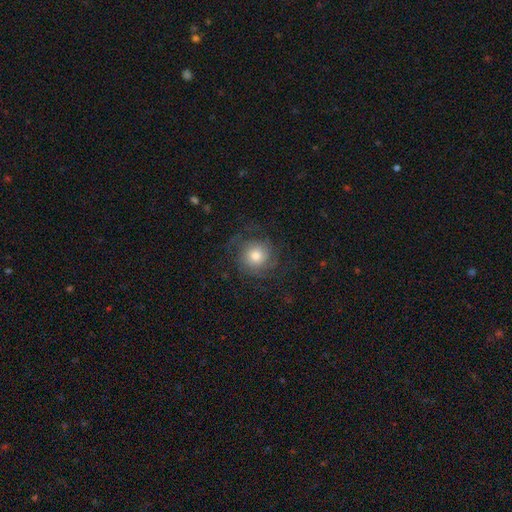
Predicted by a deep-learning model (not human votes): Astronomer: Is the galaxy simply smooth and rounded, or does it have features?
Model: featured or disk — 61%.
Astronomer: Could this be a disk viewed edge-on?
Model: no — 97%.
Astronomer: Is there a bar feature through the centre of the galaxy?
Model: no — 80%.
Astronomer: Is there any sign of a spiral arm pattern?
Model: yes — 90%.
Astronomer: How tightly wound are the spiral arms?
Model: tight — 43% (runner-up: medium, 38%).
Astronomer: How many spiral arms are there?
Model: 2 — 28% (runner-up: can't tell, 26%).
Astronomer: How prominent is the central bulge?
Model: moderate — 59%.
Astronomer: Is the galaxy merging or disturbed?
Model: none — 69%.